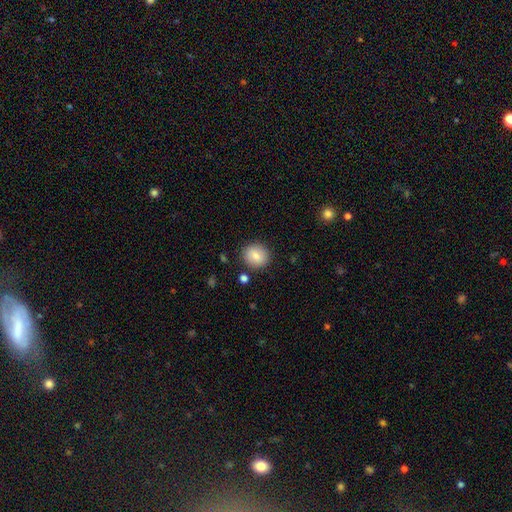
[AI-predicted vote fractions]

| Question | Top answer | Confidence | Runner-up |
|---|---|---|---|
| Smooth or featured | smooth | 82% | featured or disk (9%) |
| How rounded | round | 85% | in between (14%) |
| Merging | none | 87% | minor disturbance (8%) |